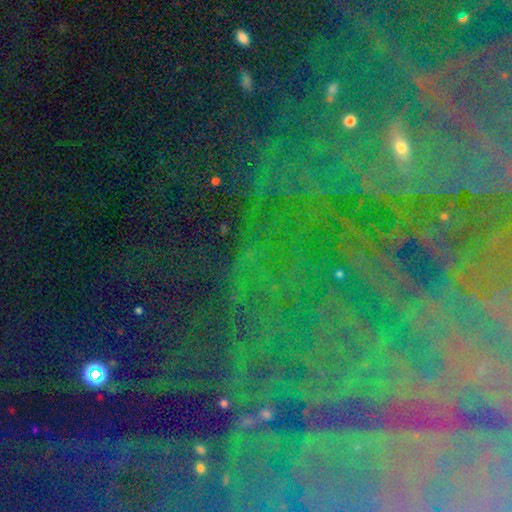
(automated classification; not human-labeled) Smooth or featured? Predicted: star or artifact (p=0.69).